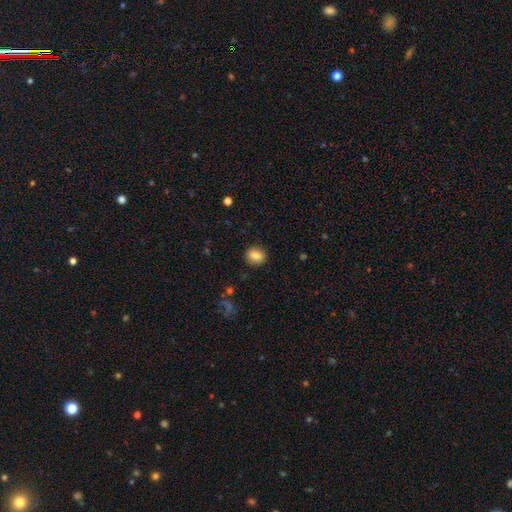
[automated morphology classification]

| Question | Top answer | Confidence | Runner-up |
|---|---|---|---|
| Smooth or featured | smooth | 84% | star or artifact (9%) |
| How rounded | round | 60% | in between (39%) |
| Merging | none | 88% | minor disturbance (9%) |